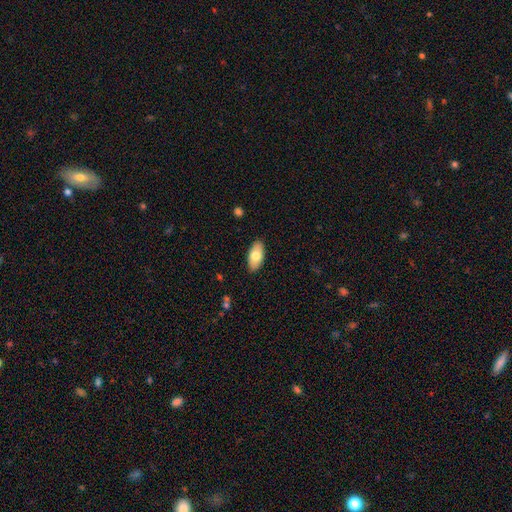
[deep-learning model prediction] Q: Smooth or featured?
A: smooth (75%); runner-up: featured or disk (19%)
Q: How rounded?
A: in between (93%); runner-up: cigar-shaped (5%)
Q: Merging?
A: none (89%); runner-up: minor disturbance (9%)